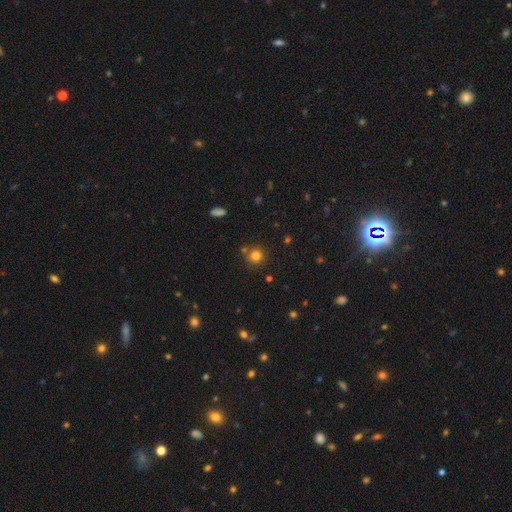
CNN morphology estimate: The model was most divided on "smooth or featured": smooth: 78%, star or artifact: 15%, featured or disk: 7%. More confident: how rounded — round (92%); merging — none (79%).